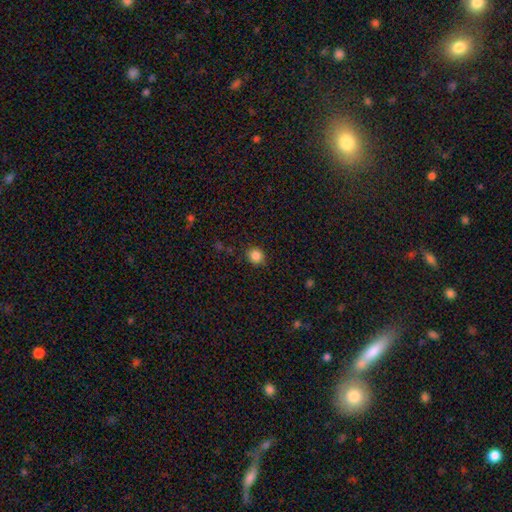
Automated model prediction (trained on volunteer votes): Overall: smooth (85%). How rounded: round (78%). Merging: none (86%).